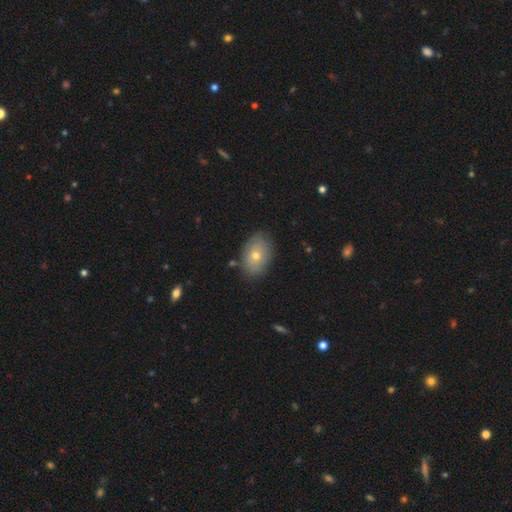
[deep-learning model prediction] smooth 70%, featured or disk 22%, star or artifact 9%. Down the decision tree: how rounded — in between (83%); merging — none (84%).